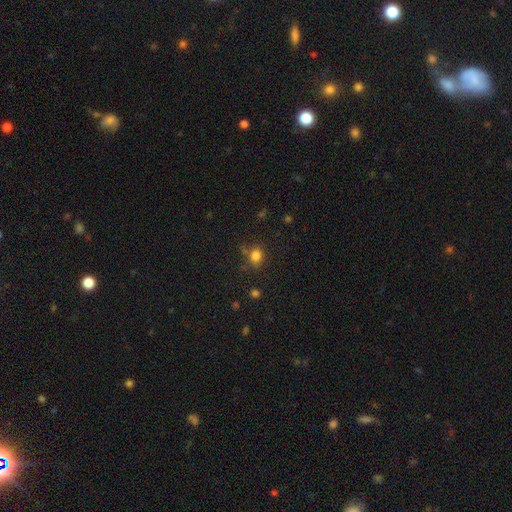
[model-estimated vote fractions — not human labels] smooth-or-featured: smooth: 81% | star or artifact: 13% | featured or disk: 6%
  how-rounded: round: 58% | in between: 41% | cigar-shaped: 1%
  merging: none: 68% | minor disturbance: 18% | merger: 7% | major disturbance: 7%